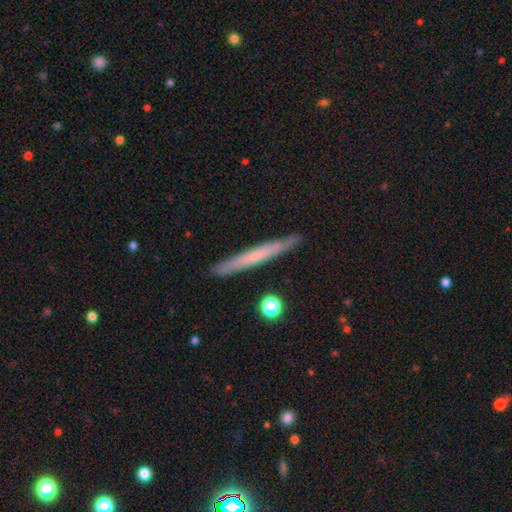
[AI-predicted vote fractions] Smooth or featured: smooth — 47% (featured or disk — 46%)
Merging: none — 89% (minor disturbance — 8%)